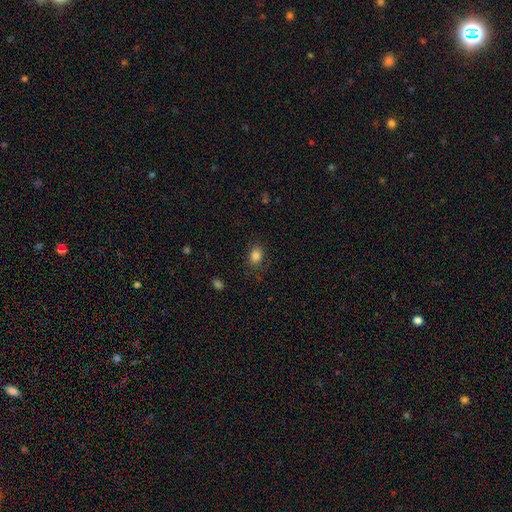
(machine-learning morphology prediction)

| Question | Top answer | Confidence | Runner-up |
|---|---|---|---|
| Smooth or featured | smooth | 84% | star or artifact (11%) |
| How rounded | in between | 64% | round (35%) |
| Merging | none | 81% | minor disturbance (14%) |